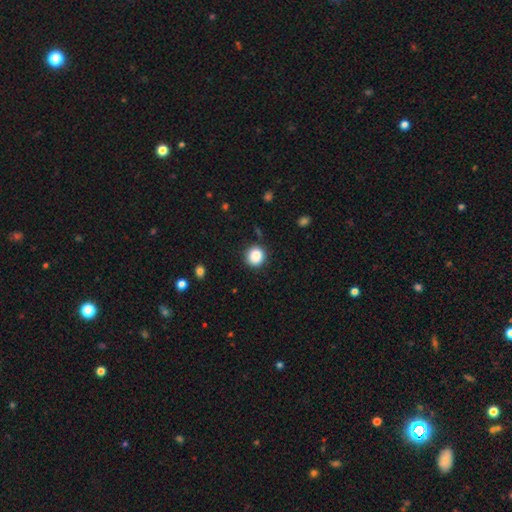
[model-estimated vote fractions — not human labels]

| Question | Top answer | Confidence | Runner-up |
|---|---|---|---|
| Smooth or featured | smooth | 87% | star or artifact (10%) |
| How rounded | round | 89% | in between (10%) |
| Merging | none | 87% | minor disturbance (9%) |